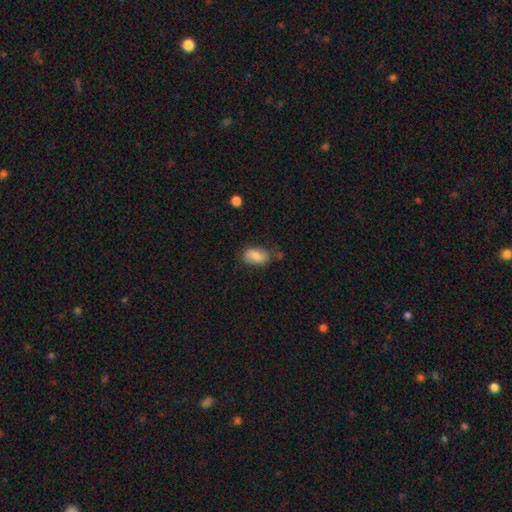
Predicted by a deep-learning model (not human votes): A smooth galaxy with no disk features (78%) that is in between round and cigar-shaped (90%).

Vote fractions:
- Smooth or featured? smooth: 78% / featured or disk: 15% / star or artifact: 7%
- How rounded? in between: 90% / round: 8% / cigar-shaped: 2%
- Merging? none: 66% / minor disturbance: 24% / major disturbance: 6% / merger: 4%